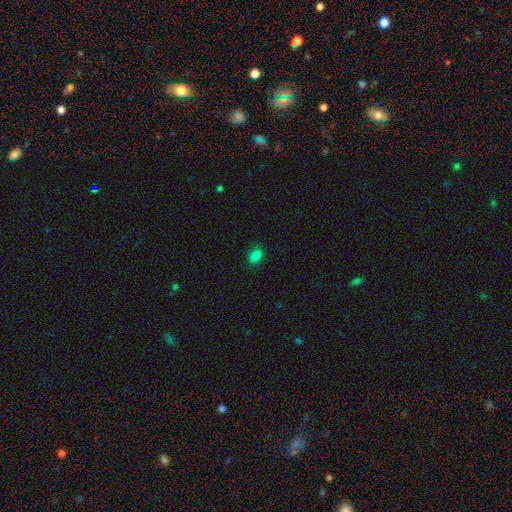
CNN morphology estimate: Overall: smooth (83%). How rounded: in between (76%). Merging: none (87%).